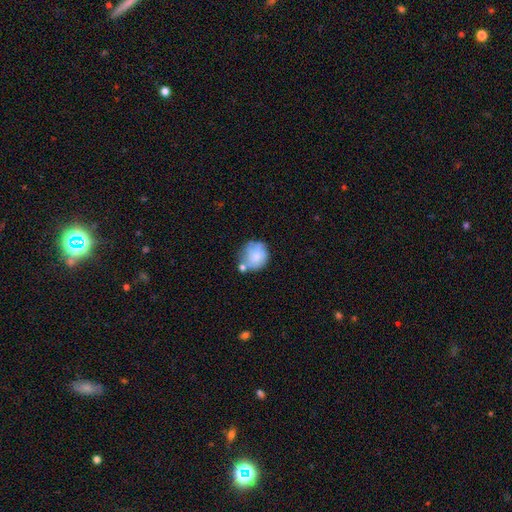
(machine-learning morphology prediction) smooth-or-featured: smooth: 69% | featured or disk: 23% | star or artifact: 8%
  how-rounded: round: 75% | in between: 24% | cigar-shaped: 1%
  merging: none: 47% | minor disturbance: 25% | merger: 18% | major disturbance: 11%